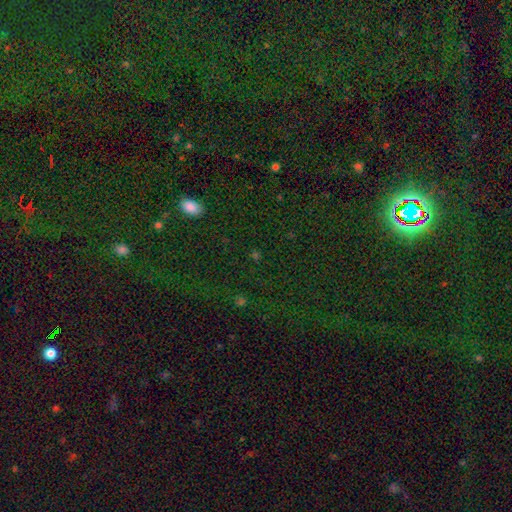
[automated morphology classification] type=star or artifact (54%).